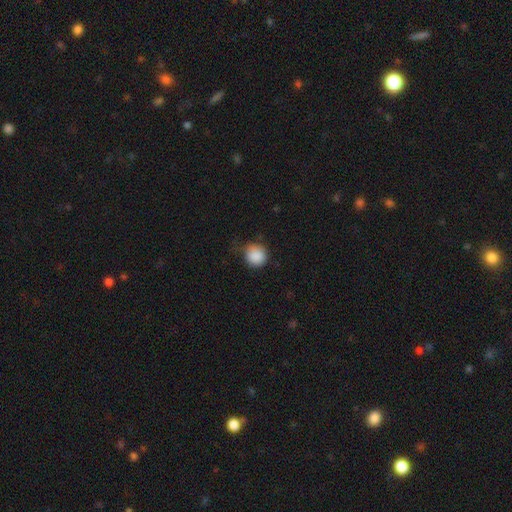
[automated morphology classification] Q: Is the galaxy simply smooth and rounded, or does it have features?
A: smooth — 88%.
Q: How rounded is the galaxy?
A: round — 91%.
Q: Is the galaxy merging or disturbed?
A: none — 65%.